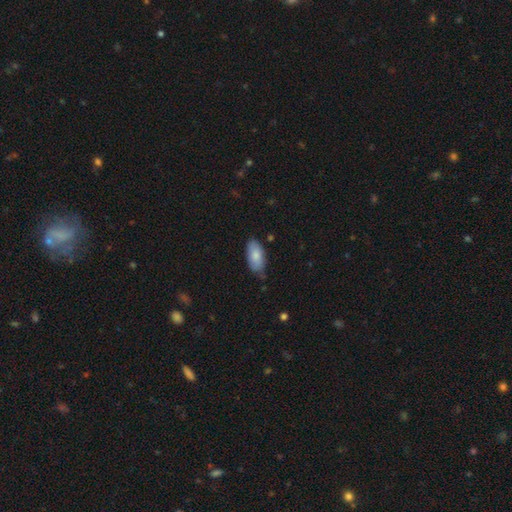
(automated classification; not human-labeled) This is clearly a smooth galaxy (83%). How rounded: clearly in between (92%). Merging: likely none (72%).